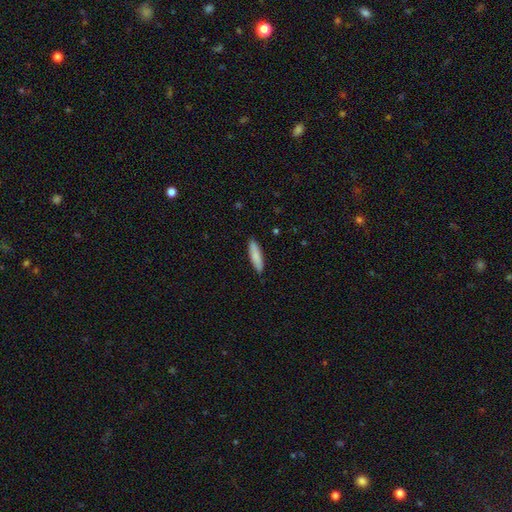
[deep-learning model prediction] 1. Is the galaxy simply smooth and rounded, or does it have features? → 84% smooth, 11% featured or disk, 5% star or artifact.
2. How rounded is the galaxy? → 71% cigar-shaped, 27% in between, 2% round.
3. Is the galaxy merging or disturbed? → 88% none, 9% minor disturbance, 2% major disturbance, 1% merger.